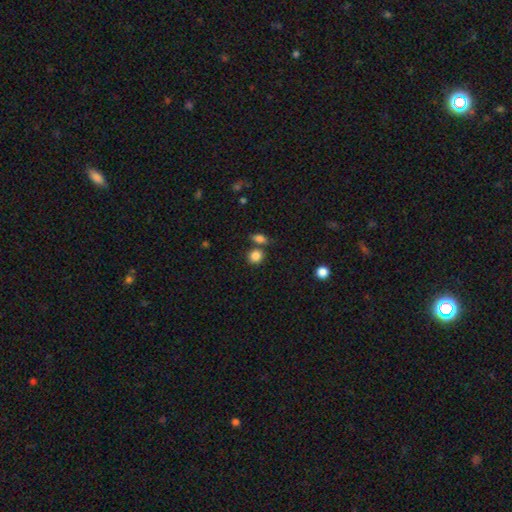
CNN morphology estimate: smooth_or_featured: smooth (p=0.86) [alt: star or artifact p=0.10]
how_rounded: round (p=0.77) [alt: in between p=0.21]
merging: none (p=0.66) [alt: merger p=0.20]